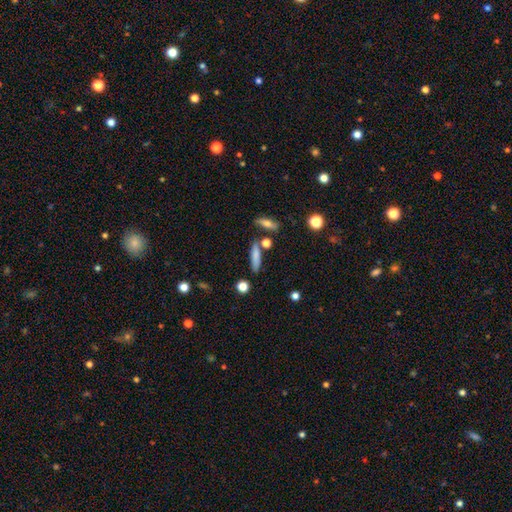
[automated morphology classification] Overall: smooth (77%). How rounded: cigar-shaped (69%). Merging: none (73%).